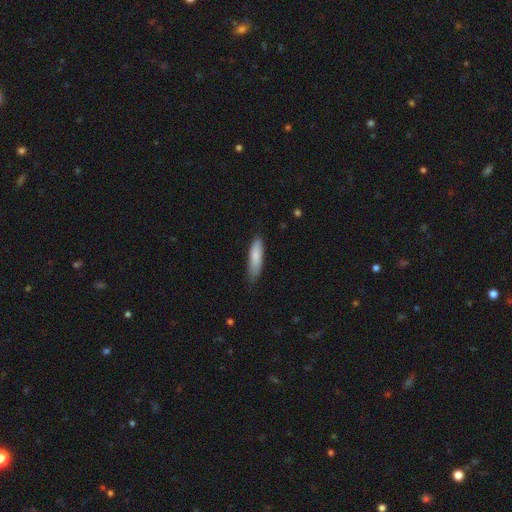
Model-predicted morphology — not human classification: The model was most divided on "how rounded": cigar-shaped: 61%, in between: 38%, round: 2%. More confident: smooth or featured — smooth (82%); merging — none (70%).